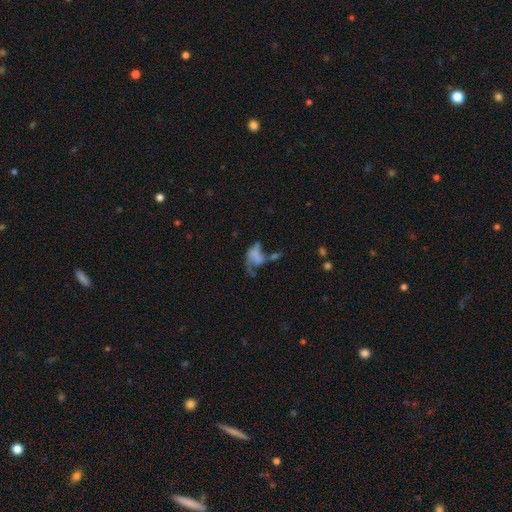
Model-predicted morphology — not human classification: Smooth or featured: smooth — 46% (featured or disk — 40%)
Merging: major disturbance — 44% (merger — 27%)